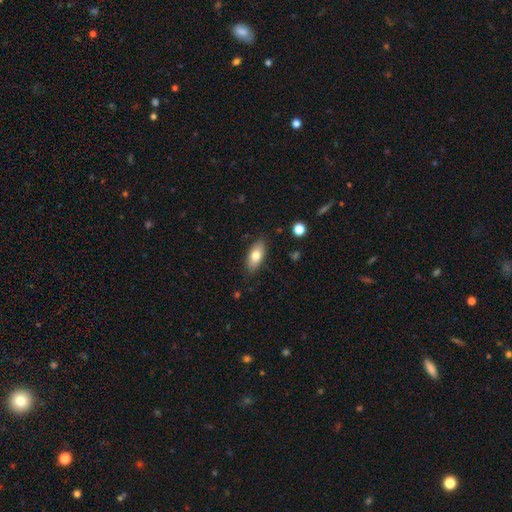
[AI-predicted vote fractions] This is likely a smooth galaxy (75%). How rounded: clearly in between (85%). Merging: clearly none (84%).